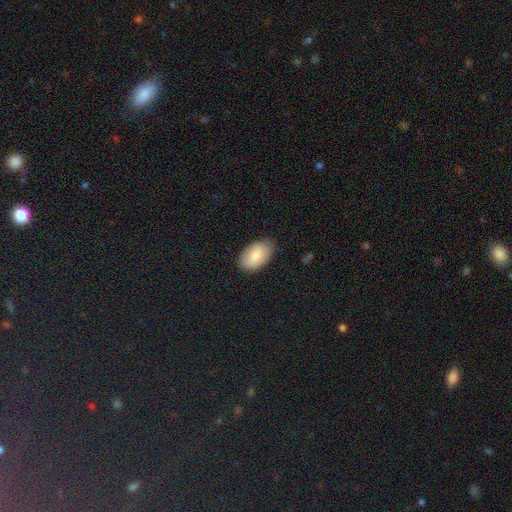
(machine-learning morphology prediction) Smooth or featured?
  - smooth: 79% *
  - featured or disk: 15%
  - star or artifact: 6%
How rounded?
  - in between: 94% *
  - round: 5%
  - cigar-shaped: 1%
Merging?
  - none: 78% *
  - minor disturbance: 18%
  - major disturbance: 3%
  - merger: 1%